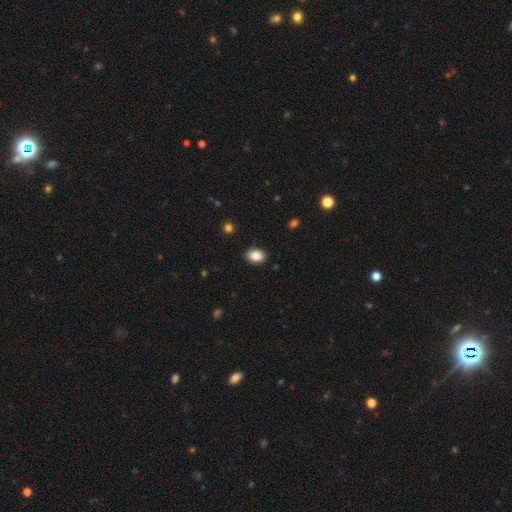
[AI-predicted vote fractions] A smooth galaxy with no disk features (86%) that is in between round and cigar-shaped (74%). Merging: none (90%).